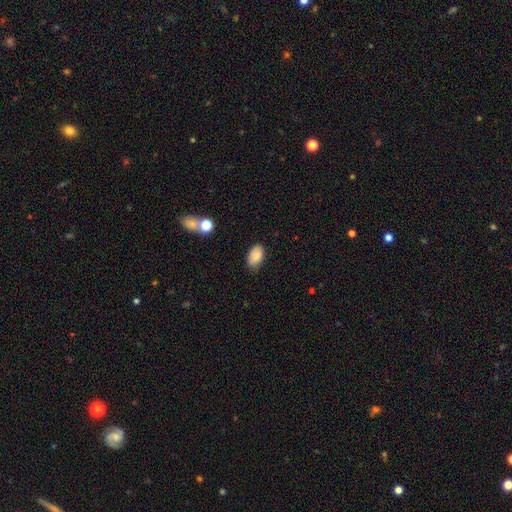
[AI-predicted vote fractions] smooth 87%, star or artifact 8%, featured or disk 5%. Down the decision tree: how rounded — in between (92%); merging — none (80%).